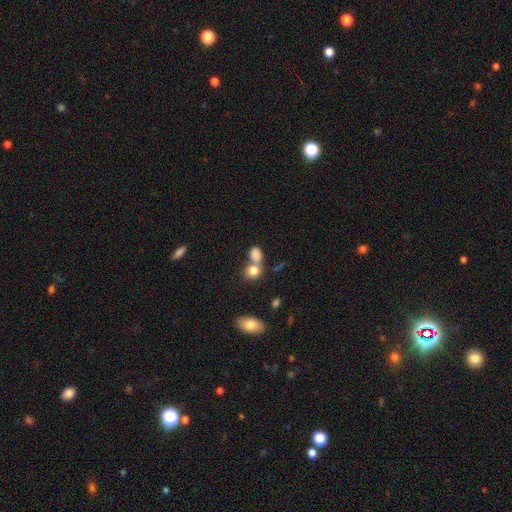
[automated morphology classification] Smooth or featured?
  - smooth: 82% *
  - star or artifact: 10%
  - featured or disk: 8%
How rounded?
  - in between: 59% *
  - round: 39%
  - cigar-shaped: 2%
Merging?
  - merger: 49% *
  - none: 37%
  - minor disturbance: 10%
  - major disturbance: 5%